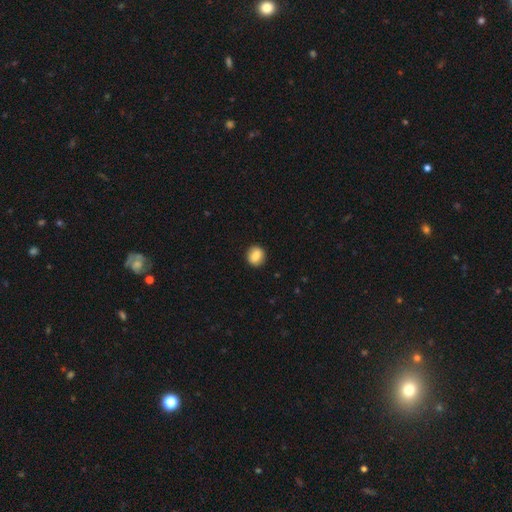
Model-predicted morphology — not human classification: Smooth or featured? smooth (81%)
How rounded? round (75%)
Merging? none (90%)